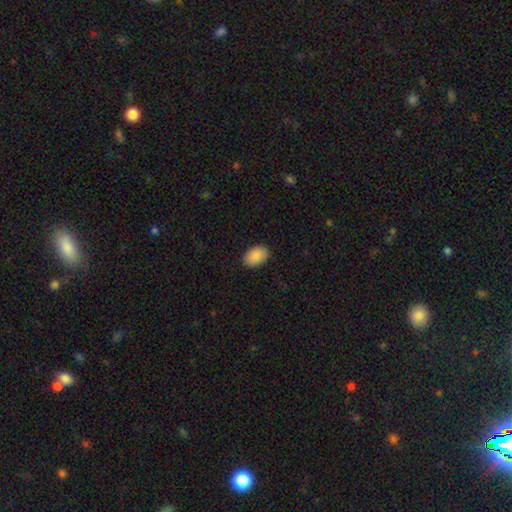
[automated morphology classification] Smooth or featured: smooth — 89% (star or artifact — 7%)
How rounded: in between — 88% (round — 11%)
Merging: none — 88% (minor disturbance — 9%)